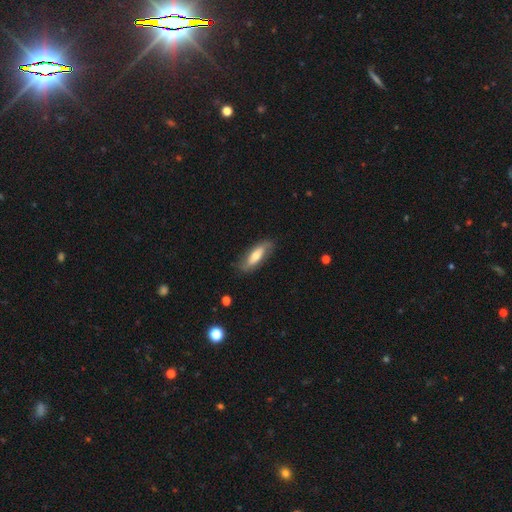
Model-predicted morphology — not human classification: smooth 55%, featured or disk 39%, star or artifact 6%. Down the decision tree: how rounded — in between (58%); merging — none (77%).